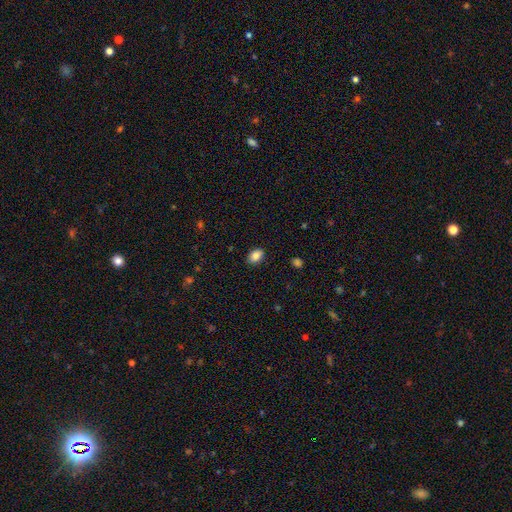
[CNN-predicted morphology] This appears to be a smooth galaxy with no disk features (86%) that is in between round and cigar-shaped (81%). Merging: none (88%).